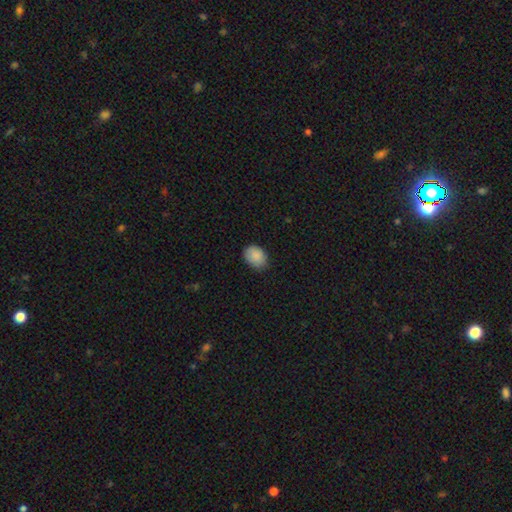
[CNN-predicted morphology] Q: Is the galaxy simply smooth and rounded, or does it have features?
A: smooth — 88%.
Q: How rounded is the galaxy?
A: in between — 66%.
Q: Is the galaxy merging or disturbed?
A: none — 72%.